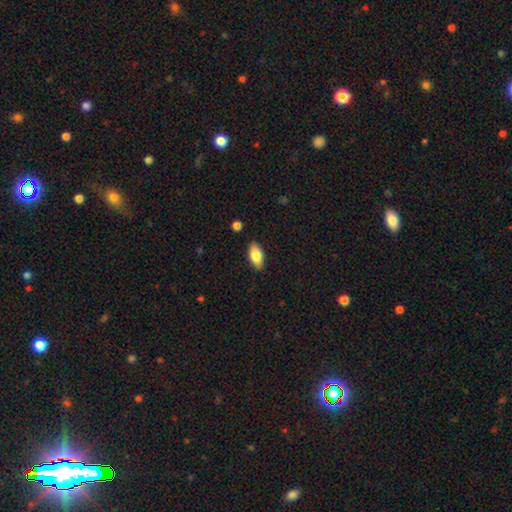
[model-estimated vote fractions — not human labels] This is clearly a smooth galaxy (82%). How rounded: clearly in between (91%). Merging: clearly none (87%).